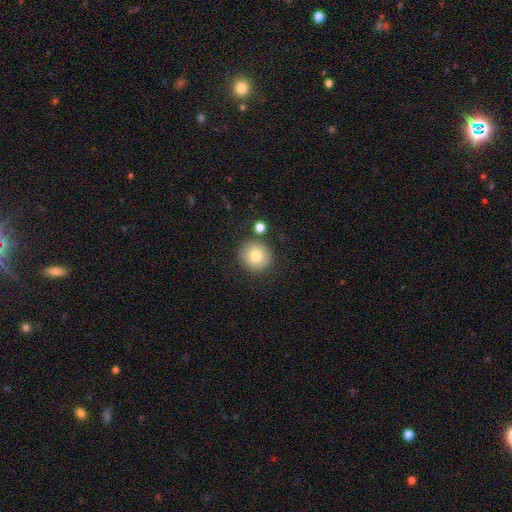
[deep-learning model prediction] The model was most divided on "smooth or featured": smooth: 79%, featured or disk: 11%, star or artifact: 9%. More confident: how rounded — round (90%); merging — none (80%).